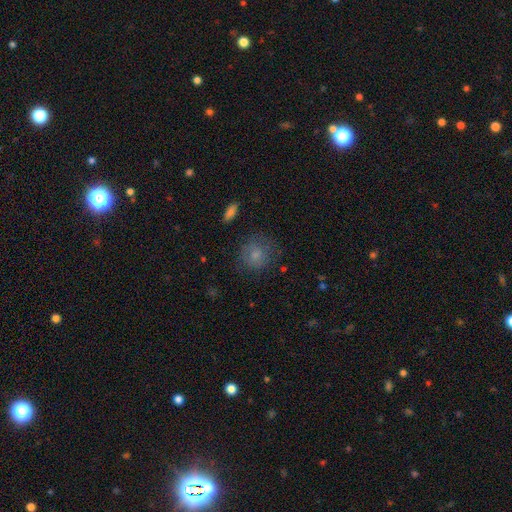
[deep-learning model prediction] This appears to be a smooth galaxy with no disk features (59%) that is round (88%). Merging: none (78%).